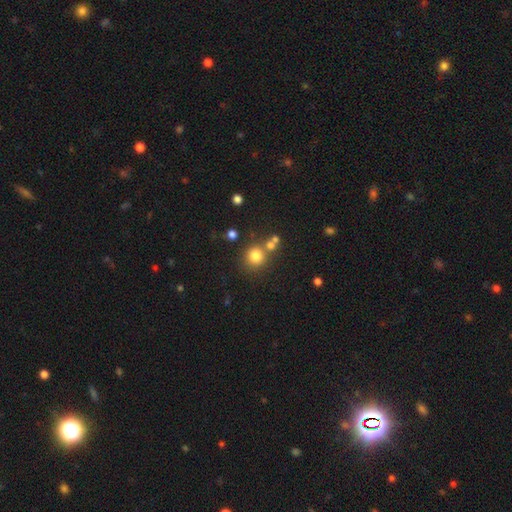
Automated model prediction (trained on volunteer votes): Smooth or featured? smooth (79%)
How rounded? round (90%)
Merging? none (69%)